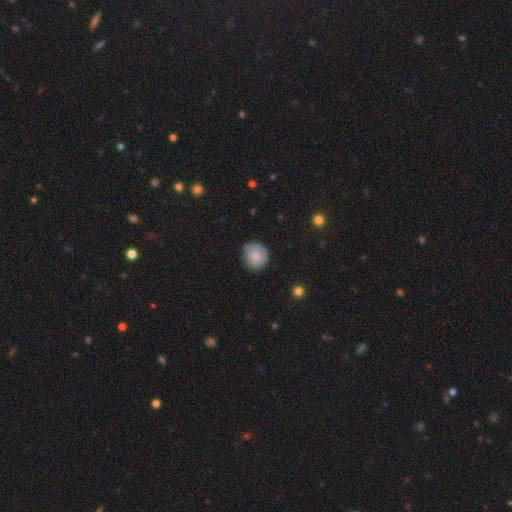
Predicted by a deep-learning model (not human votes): Smooth or featured? smooth (78%)
How rounded? round (82%)
Merging? none (74%)